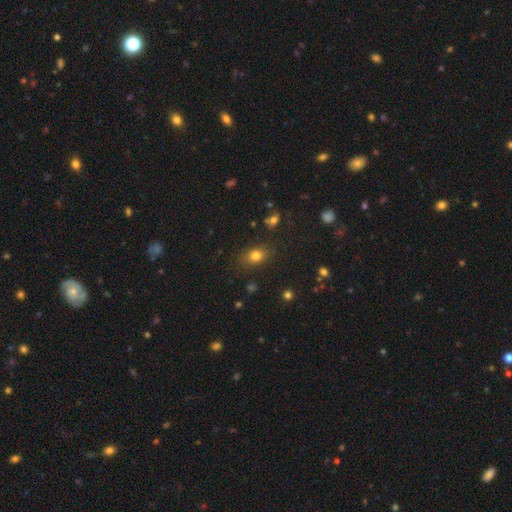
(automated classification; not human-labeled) The model was most divided on "how rounded": in between: 67%, round: 31%, cigar-shaped: 2%. More confident: merging — none (80%); smooth or featured — smooth (78%).